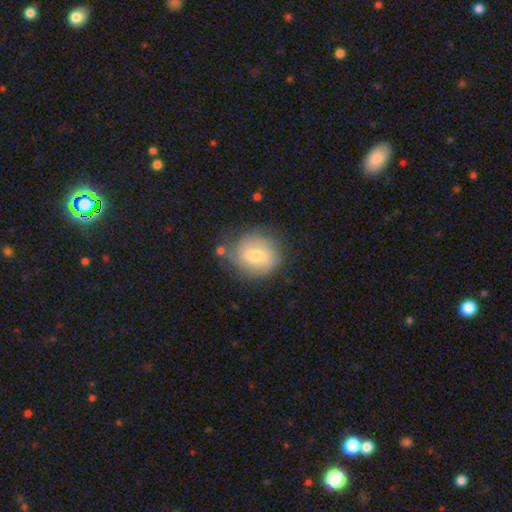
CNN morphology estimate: Smooth or featured: smooth — 54% (featured or disk — 38%)
How rounded: round — 79% (in between — 20%)
Merging: none — 65% (minor disturbance — 23%)